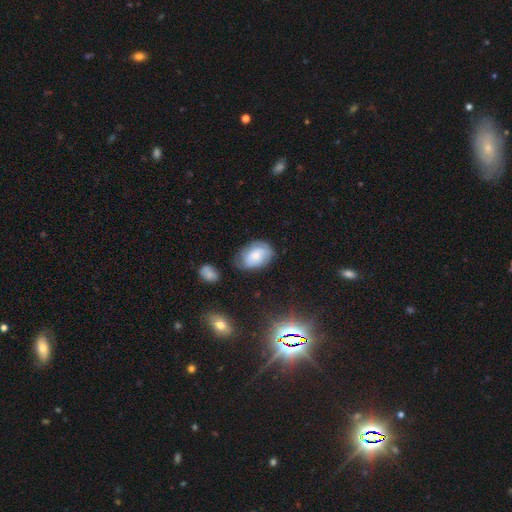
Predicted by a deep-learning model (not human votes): Q: Smooth or featured?
A: smooth (61%); runner-up: featured or disk (30%)
Q: How rounded?
A: in between (83%); runner-up: round (15%)
Q: Merging?
A: none (63%); runner-up: minor disturbance (26%)